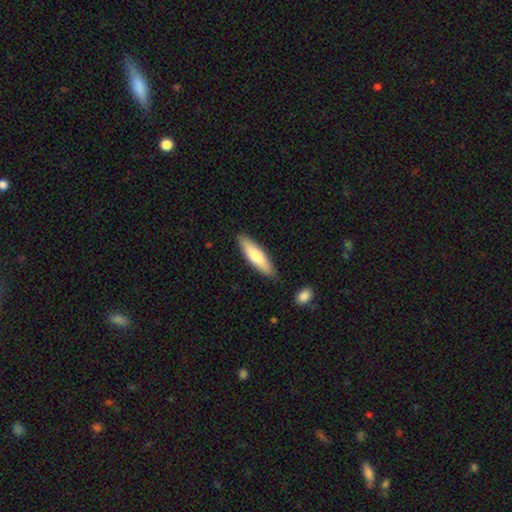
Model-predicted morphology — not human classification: Smooth or featured? Predicted: smooth (p=0.71). How rounded? Predicted: cigar-shaped (p=0.72). Merging? Predicted: none (p=0.86).